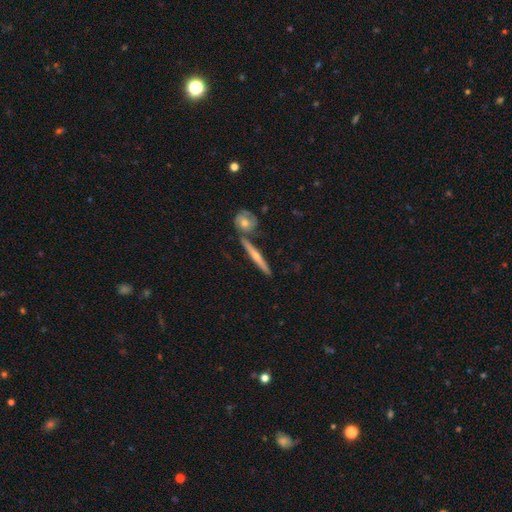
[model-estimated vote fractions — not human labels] A featured or disk galaxy (69%) viewed edge-on (96%) with a rounded central bulge (77%).

Vote fractions:
- Smooth or featured? featured or disk: 69% / smooth: 25% / star or artifact: 6%
- Edge-on disk? yes: 96% / no: 4%
- Edge-on bulge? rounded: 77% / none: 19% / boxy: 4%
- Merging? none: 78% / merger: 12% / minor disturbance: 8% / major disturbance: 2%